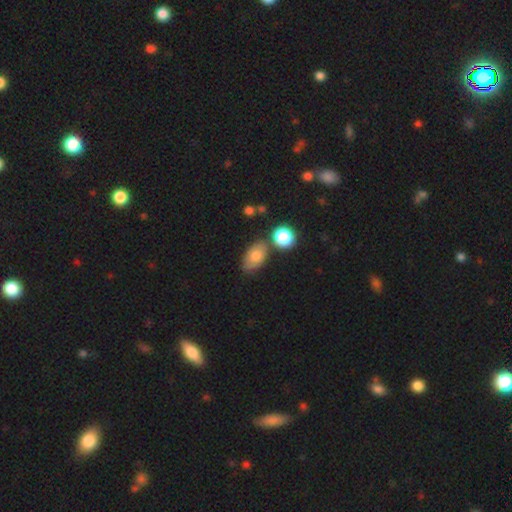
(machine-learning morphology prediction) Smooth or featured: smooth — 74% (featured or disk — 17%)
How rounded: in between — 87% (round — 11%)
Merging: none — 60% (minor disturbance — 19%)